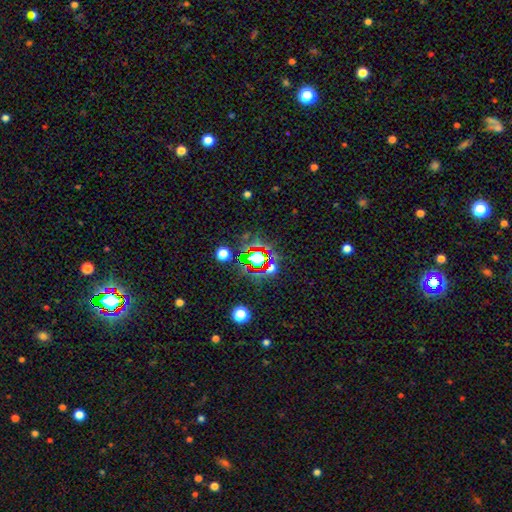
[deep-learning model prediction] star or artifact 62%, smooth 25%, featured or disk 13%.